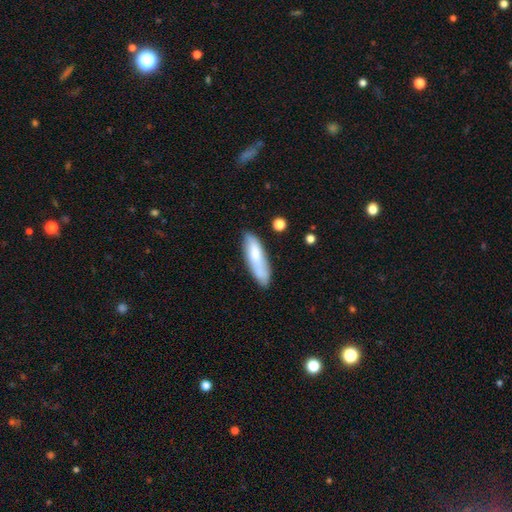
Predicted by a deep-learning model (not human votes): Smooth or featured?
  - smooth: 72% *
  - featured or disk: 21%
  - star or artifact: 6%
How rounded?
  - cigar-shaped: 56% *
  - in between: 43%
  - round: 2%
Merging?
  - none: 71% *
  - minor disturbance: 20%
  - major disturbance: 4%
  - merger: 4%